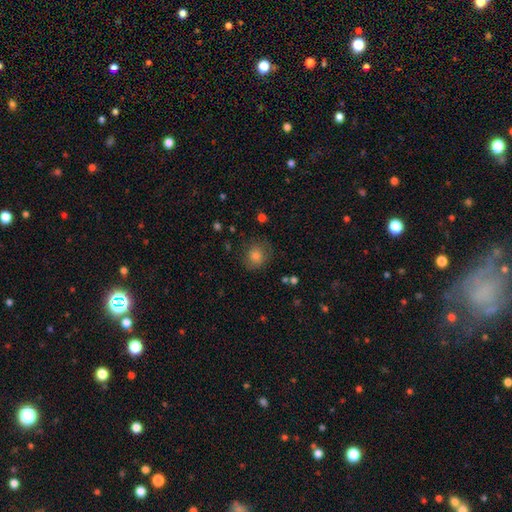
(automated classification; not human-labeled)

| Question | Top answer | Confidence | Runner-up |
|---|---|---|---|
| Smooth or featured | smooth | 76% | star or artifact (13%) |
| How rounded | round | 83% | in between (16%) |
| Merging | none | 79% | minor disturbance (14%) |